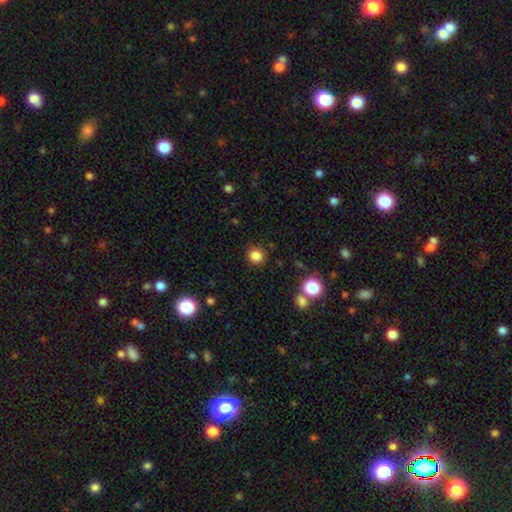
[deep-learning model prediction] smooth 84%, star or artifact 12%, featured or disk 4%. Down the decision tree: how rounded — round (86%); merging — none (89%).